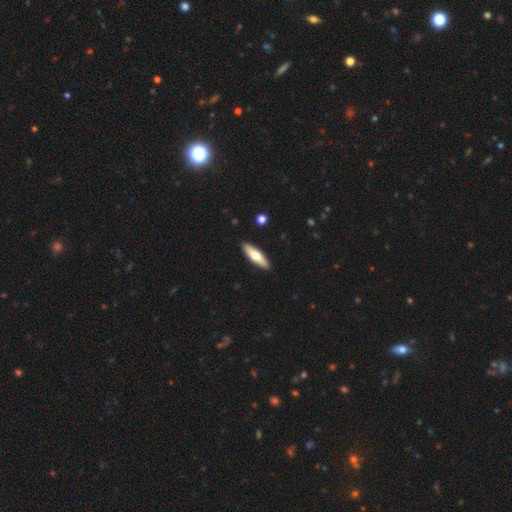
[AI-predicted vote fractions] Q: Smooth or featured?
A: smooth (68%); runner-up: featured or disk (27%)
Q: How rounded?
A: cigar-shaped (60%); runner-up: in between (38%)
Q: Merging?
A: none (90%); runner-up: minor disturbance (7%)